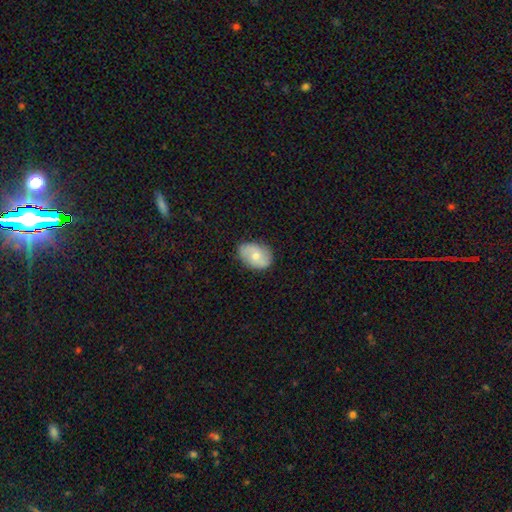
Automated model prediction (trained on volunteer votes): Smooth or featured?
  - smooth: 50% *
  - featured or disk: 43%
  - star or artifact: 7%
How rounded?
  - in between: 75% *
  - round: 24%
  - cigar-shaped: 1%
Merging?
  - none: 77% *
  - minor disturbance: 18%
  - major disturbance: 4%
  - merger: 1%